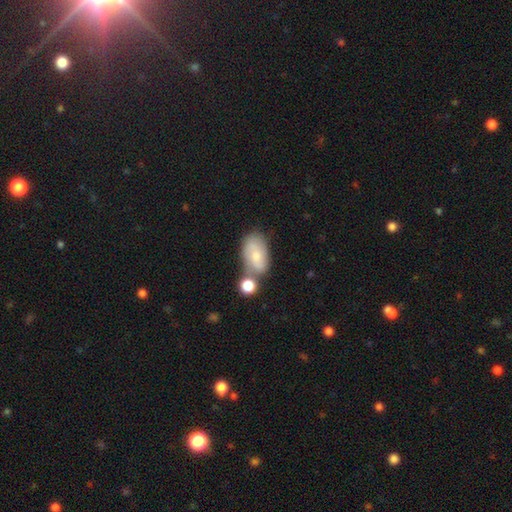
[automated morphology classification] A smooth galaxy with no disk features (56%) that is in between round and cigar-shaped (90%). Merging: none (42%).